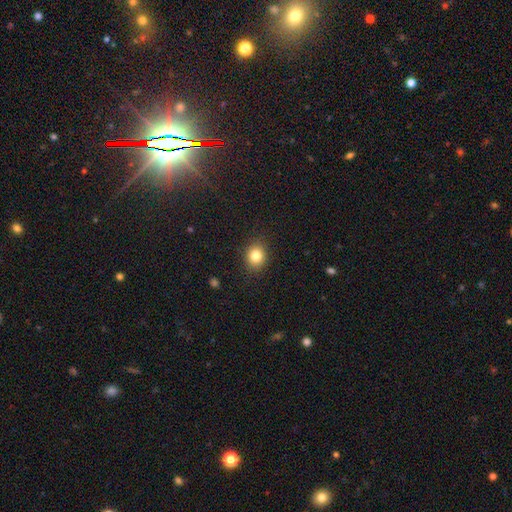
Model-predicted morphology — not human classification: A smooth galaxy with no disk features (82%) that is round (69%).

Vote fractions:
- Smooth or featured? smooth: 82% / star or artifact: 11% / featured or disk: 7%
- How rounded? round: 69% / in between: 31% / cigar-shaped: 1%
- Merging? none: 88% / minor disturbance: 8% / major disturbance: 2% / merger: 1%